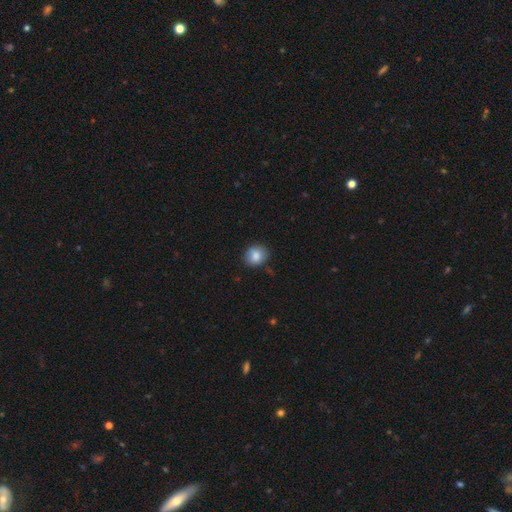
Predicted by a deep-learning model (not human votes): The model was most divided on "how rounded": round: 67%, in between: 32%, cigar-shaped: 1%. More confident: smooth or featured — smooth (82%); merging — none (81%).